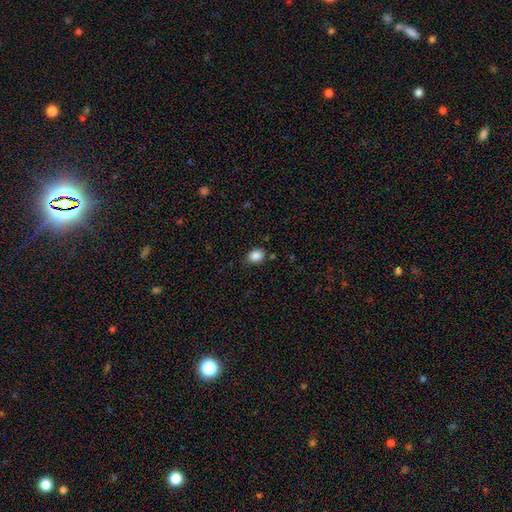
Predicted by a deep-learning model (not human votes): smooth 86%, star or artifact 9%, featured or disk 4%. Down the decision tree: how rounded — in between (62%); merging — none (74%).